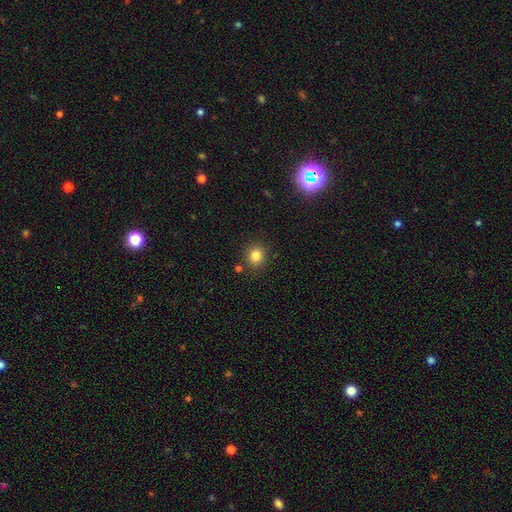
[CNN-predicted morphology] smooth 83%, star or artifact 12%, featured or disk 5%. Down the decision tree: how rounded — round (81%); merging — none (85%).